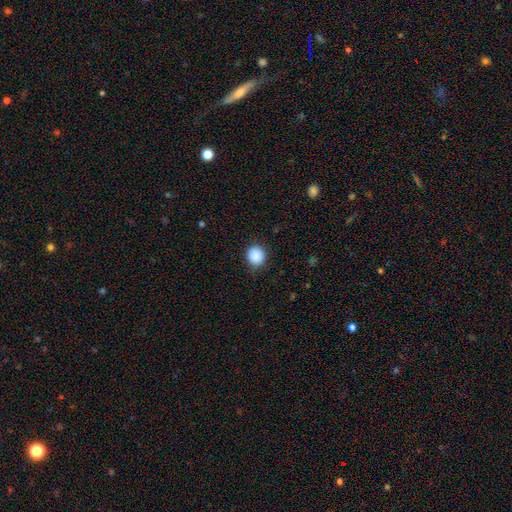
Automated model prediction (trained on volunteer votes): Smooth or featured: smooth — 88% (star or artifact — 8%)
How rounded: round — 86% (in between — 13%)
Merging: none — 84% (minor disturbance — 12%)